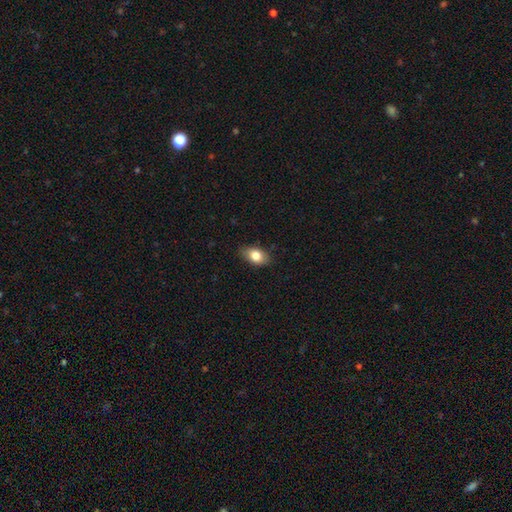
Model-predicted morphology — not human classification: Smooth or featured? smooth (81%)
How rounded? in between (87%)
Merging? none (83%)